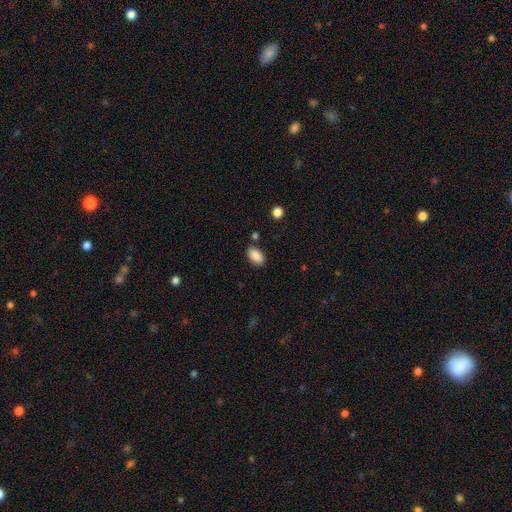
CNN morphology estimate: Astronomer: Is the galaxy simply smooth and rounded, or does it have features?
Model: smooth — 89%.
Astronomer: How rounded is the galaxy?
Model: in between — 93%.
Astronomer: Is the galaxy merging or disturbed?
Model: none — 84%.